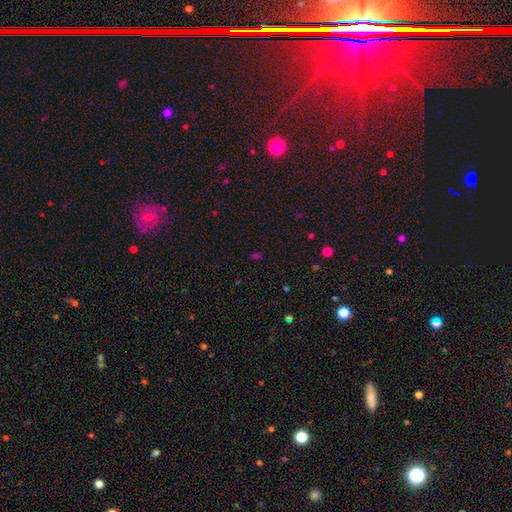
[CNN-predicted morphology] Q: Smooth or featured?
A: star or artifact (47%); runner-up: smooth (46%)